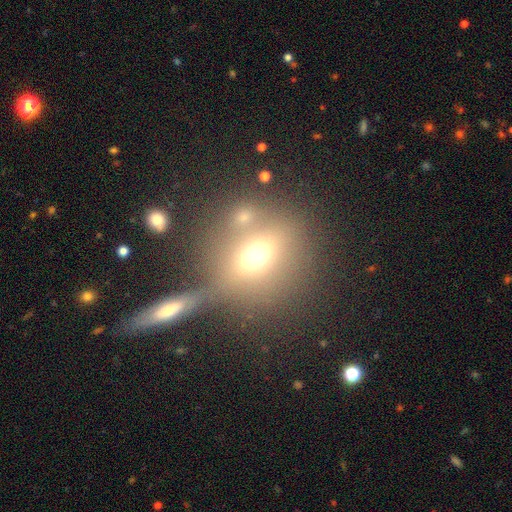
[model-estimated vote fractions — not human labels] smooth-or-featured: smooth: 60% | featured or disk: 23% | star or artifact: 18%
  how-rounded: round: 66% | in between: 31% | cigar-shaped: 3%
  merging: none: 62% | merger: 21% | minor disturbance: 11% | major disturbance: 6%